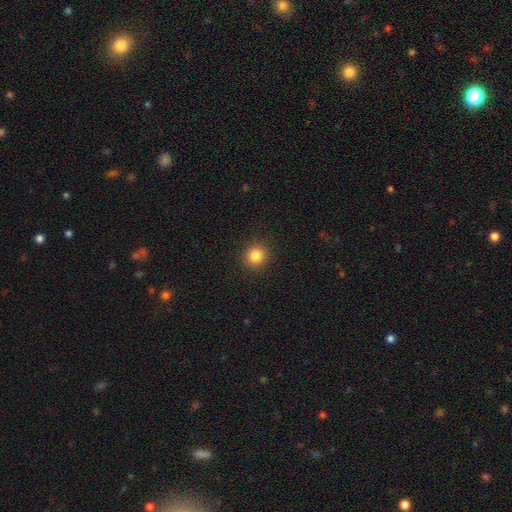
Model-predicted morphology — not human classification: Smooth or featured?
  - smooth: 84% *
  - star or artifact: 11%
  - featured or disk: 5%
How rounded?
  - round: 92% *
  - in between: 7%
  - cigar-shaped: 1%
Merging?
  - none: 92% *
  - minor disturbance: 5%
  - major disturbance: 2%
  - merger: 1%